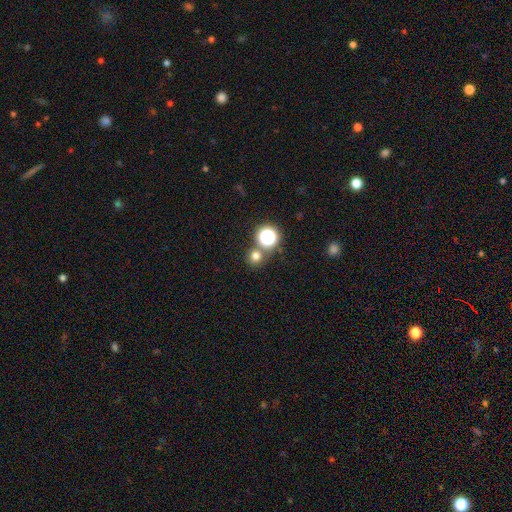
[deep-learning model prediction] smooth 70%, star or artifact 24%, featured or disk 6%. Down the decision tree: how rounded — round (90%); merging — none (72%).